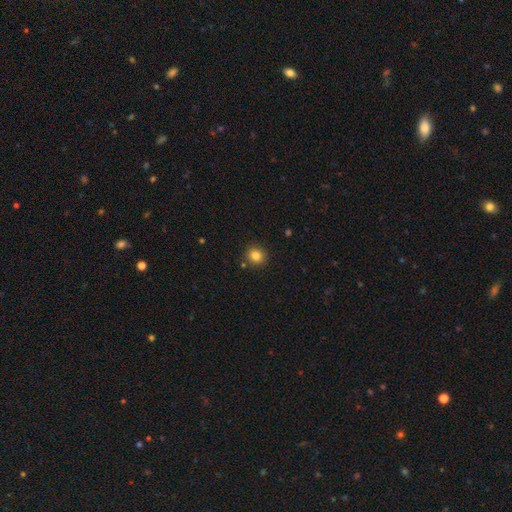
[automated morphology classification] A smooth galaxy with no disk features (83%) that is round (89%). Merging: none (87%).